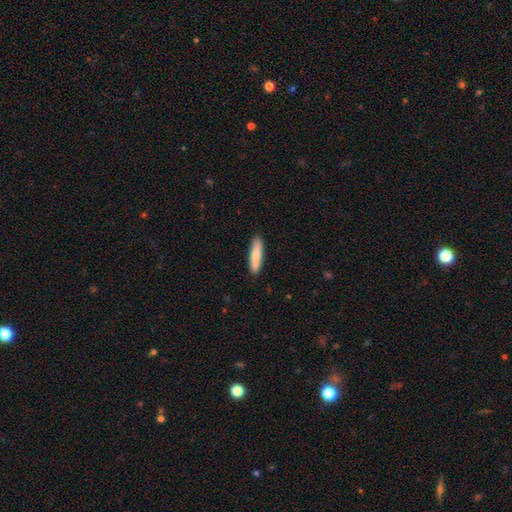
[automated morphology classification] A smooth galaxy with no disk features (85%) that is cigar-shaped (79%). Merging: none (89%).